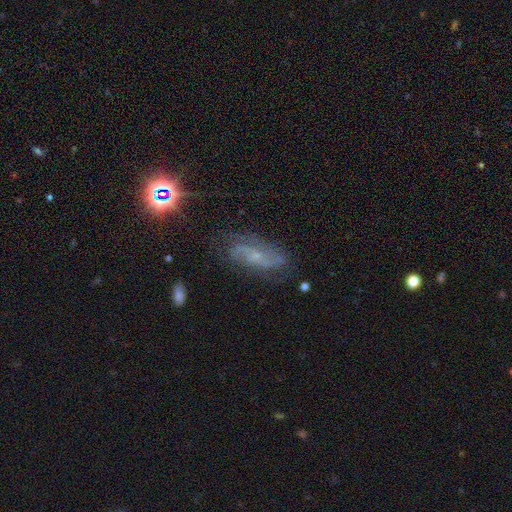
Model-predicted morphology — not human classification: A featured or disk galaxy (68%) with no bar (49%), 2 (61%) medium (44%) spiral arms (91%) and a small central bulge (61%). Merging: none (72%).